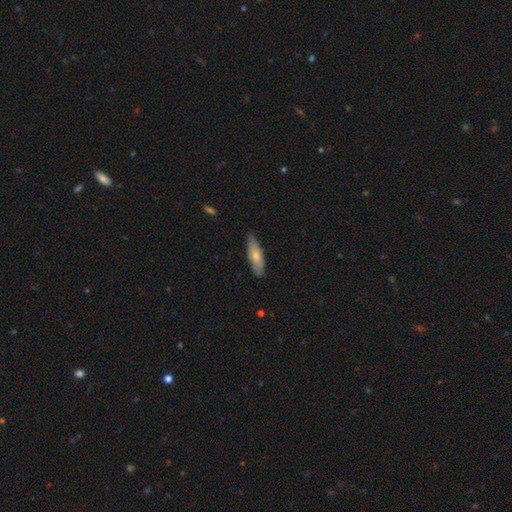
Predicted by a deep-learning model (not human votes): A smooth galaxy with no disk features (61%) that is in between round and cigar-shaped (56%).

Vote fractions:
- Smooth or featured? smooth: 61% / featured or disk: 34% / star or artifact: 5%
- How rounded? in between: 56% / cigar-shaped: 42% / round: 2%
- Merging? none: 75% / minor disturbance: 21% / major disturbance: 3% / merger: 1%